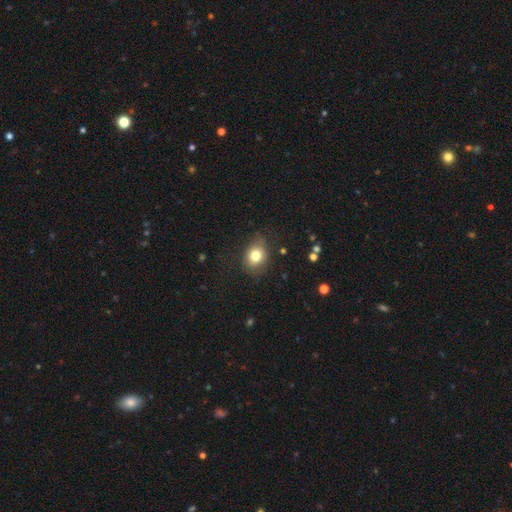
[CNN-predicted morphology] Smooth or featured? smooth (78%)
How rounded? in between (55%)
Merging? none (73%)